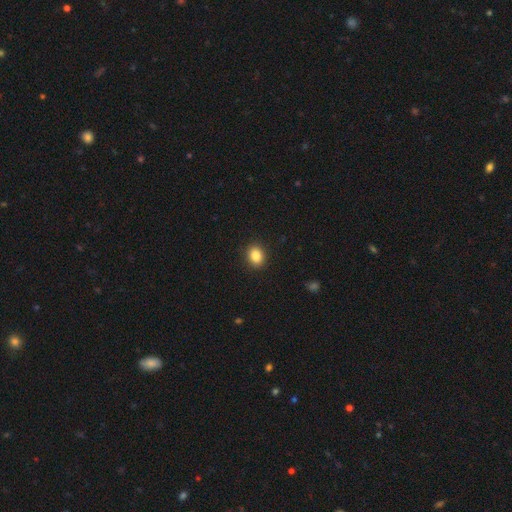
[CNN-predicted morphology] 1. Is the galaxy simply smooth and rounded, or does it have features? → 86% smooth, 10% star or artifact, 4% featured or disk.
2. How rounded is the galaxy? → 53% round, 46% in between, 1% cigar-shaped.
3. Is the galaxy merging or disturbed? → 90% none, 7% minor disturbance, 2% major disturbance, 1% merger.